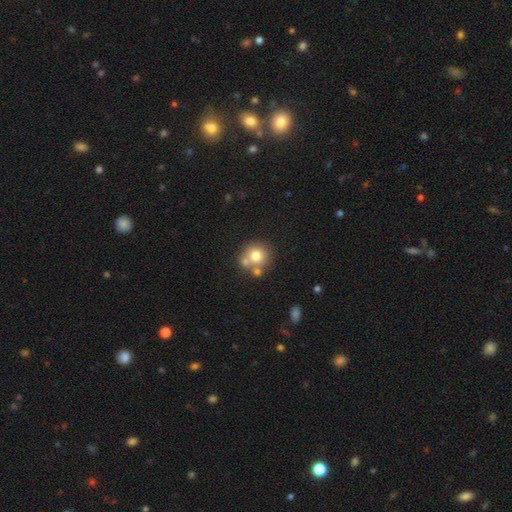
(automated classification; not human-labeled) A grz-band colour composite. It shows a smooth galaxy with no disk features (72%) that is round (90%). Merging: none (60%).